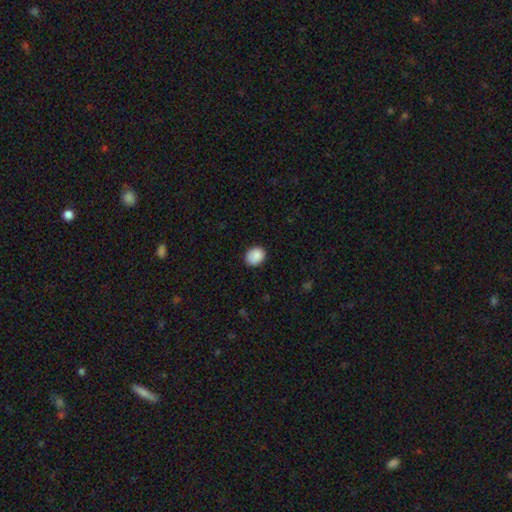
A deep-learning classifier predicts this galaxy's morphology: This is clearly a smooth galaxy (88%). How rounded: possibly round (56%). Merging: clearly none (83%).